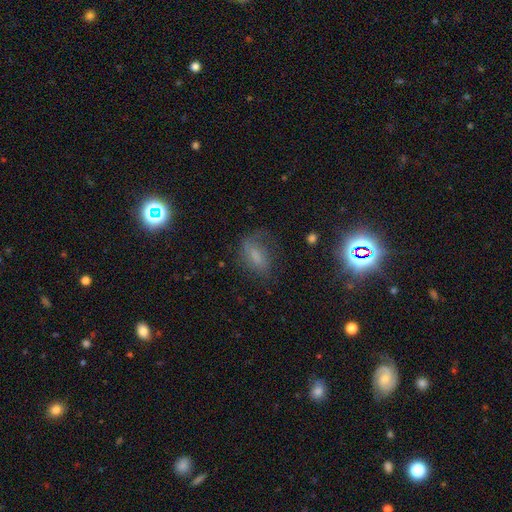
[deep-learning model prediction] This appears to be a smooth galaxy with no disk features (48%). Merging: none (53%).